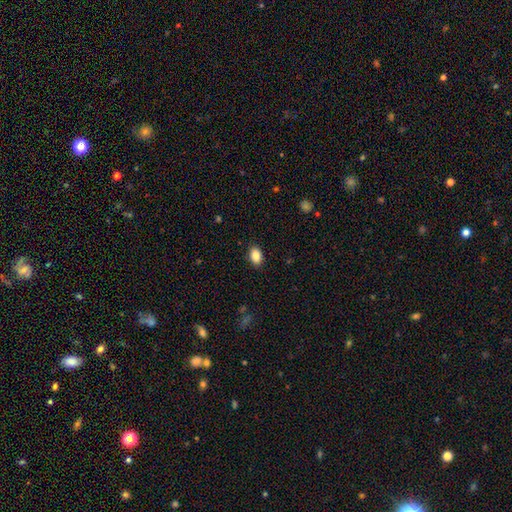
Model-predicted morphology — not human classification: The model was most divided on "how rounded": in between: 84%, round: 14%, cigar-shaped: 1%. More confident: merging — none (89%); smooth or featured — smooth (87%).